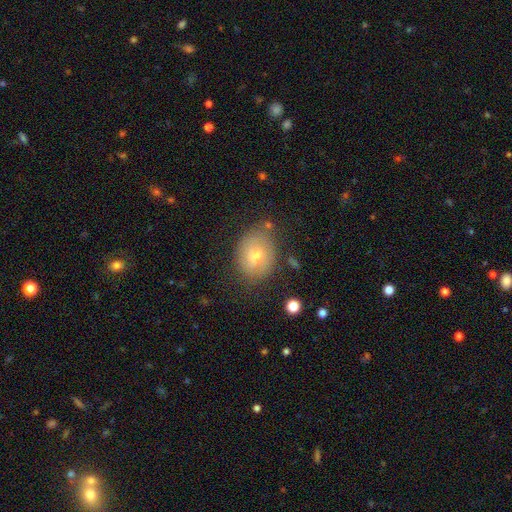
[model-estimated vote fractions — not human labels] This appears to be a smooth galaxy with no disk features (63%) that is in between round and cigar-shaped (52%). Merging: none (72%).